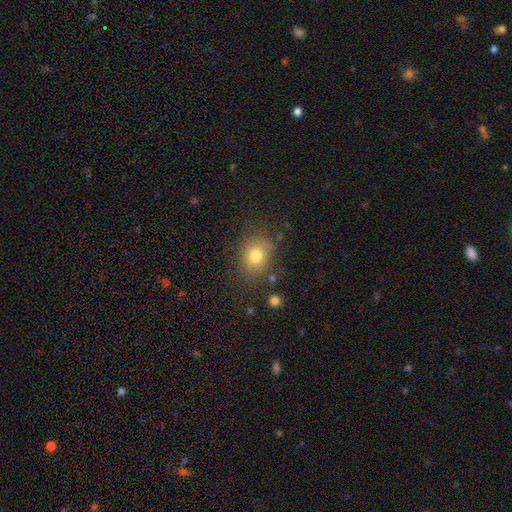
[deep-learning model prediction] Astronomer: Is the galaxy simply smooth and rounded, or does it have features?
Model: smooth — 78%.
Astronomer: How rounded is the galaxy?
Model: round — 58% (runner-up: in between, 41%).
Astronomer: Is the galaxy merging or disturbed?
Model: none — 76%.